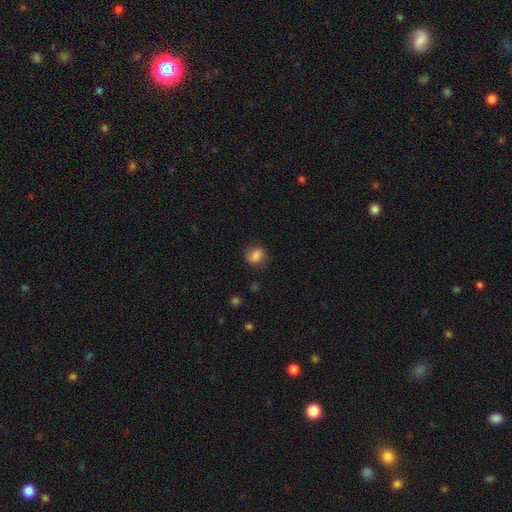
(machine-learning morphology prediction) Smooth or featured: smooth — 80% (featured or disk — 11%)
How rounded: round — 60% (in between — 39%)
Merging: none — 76% (minor disturbance — 17%)